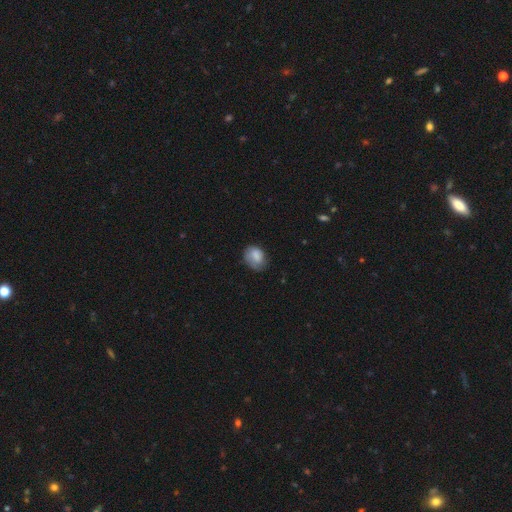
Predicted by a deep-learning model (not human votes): A smooth galaxy with no disk features (79%) that is in between round and cigar-shaped (63%). Merging: none (57%).